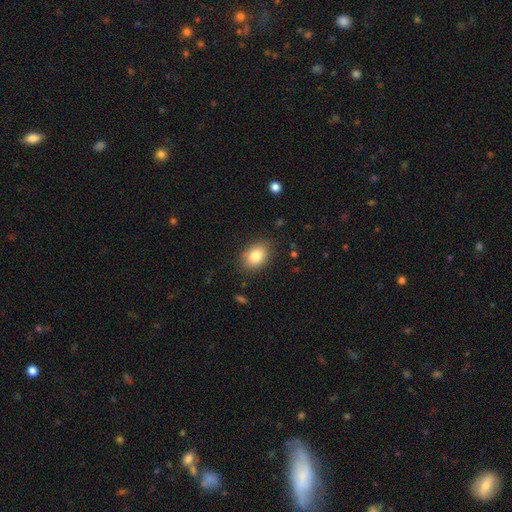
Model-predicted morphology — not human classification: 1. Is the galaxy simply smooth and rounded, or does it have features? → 83% smooth, 9% featured or disk, 8% star or artifact.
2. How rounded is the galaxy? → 77% in between, 22% round, 1% cigar-shaped.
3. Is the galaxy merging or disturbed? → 83% none, 12% minor disturbance, 3% major disturbance, 1% merger.